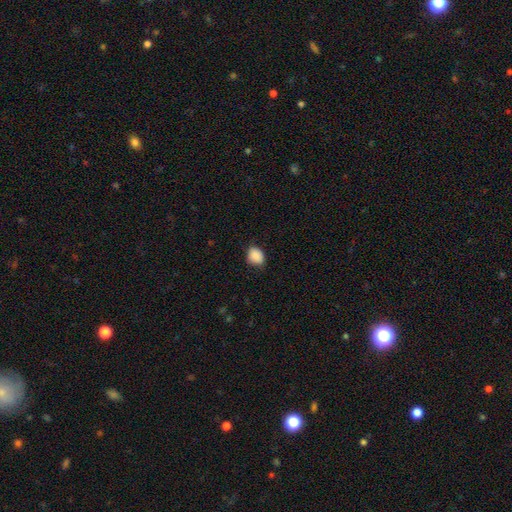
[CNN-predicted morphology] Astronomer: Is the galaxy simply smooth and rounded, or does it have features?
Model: smooth — 89%.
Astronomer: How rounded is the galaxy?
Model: in between — 61% (runner-up: round, 38%).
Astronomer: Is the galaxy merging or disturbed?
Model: none — 77%.